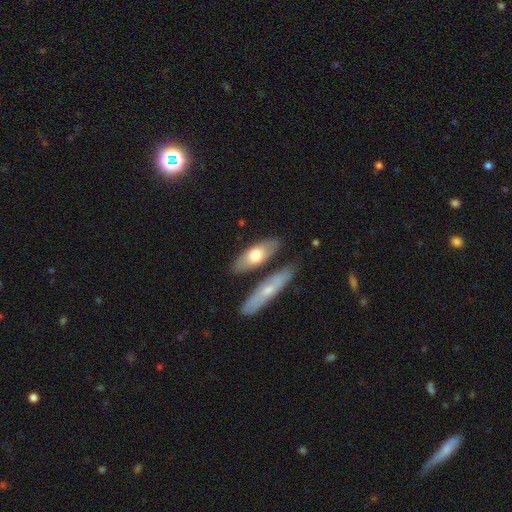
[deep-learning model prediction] Smooth or featured? Predicted: smooth (p=0.63). How rounded? Predicted: in between (p=0.65). Merging? Predicted: none (p=0.72).